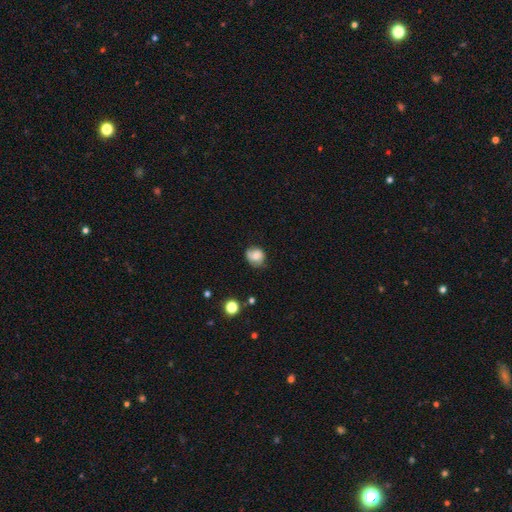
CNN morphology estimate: Smooth or featured: smooth — 71% (featured or disk — 19%)
How rounded: round — 72% (in between — 27%)
Merging: none — 65% (minor disturbance — 27%)